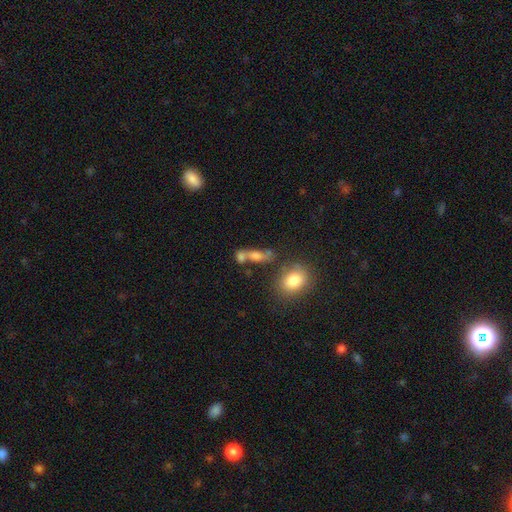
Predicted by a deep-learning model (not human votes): Morphology: type=smooth (62%); roundness=in between (56%); merging=none (41%).